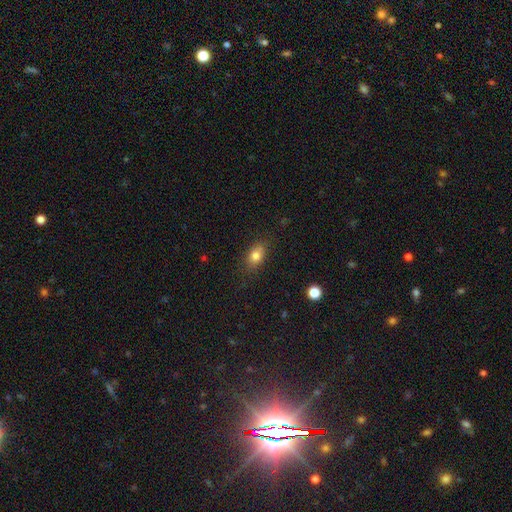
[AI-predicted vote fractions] The model was most divided on "how rounded": in between: 76%, round: 20%, cigar-shaped: 4%. More confident: smooth or featured — smooth (80%); merging — none (78%).